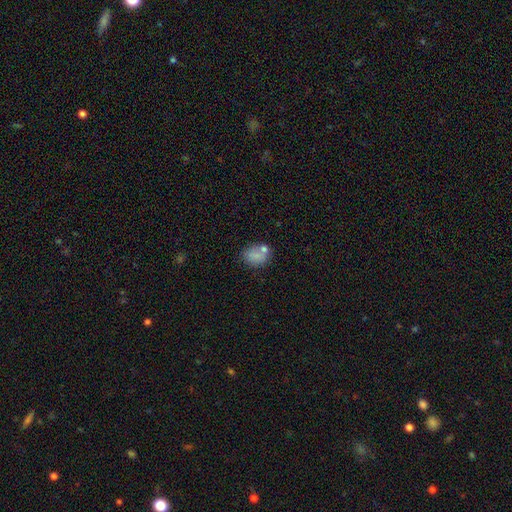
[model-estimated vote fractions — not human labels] This appears to be a smooth galaxy with no disk features (76%) that is in between round and cigar-shaped (54%). Merging: none (56%).